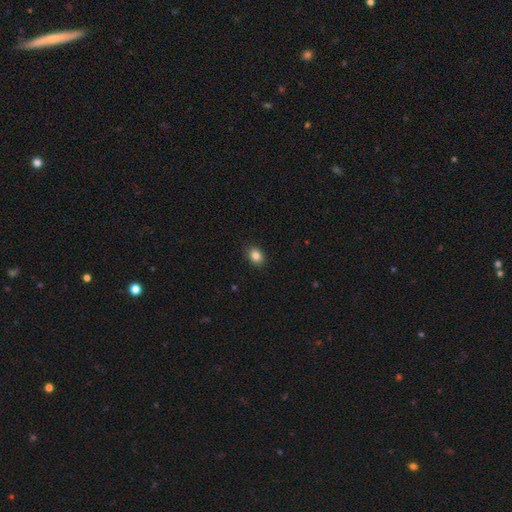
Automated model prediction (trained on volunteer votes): Smooth or featured?
  - smooth: 85% *
  - star or artifact: 10%
  - featured or disk: 5%
How rounded?
  - in between: 52% *
  - round: 47%
  - cigar-shaped: 1%
Merging?
  - none: 90% *
  - minor disturbance: 7%
  - major disturbance: 2%
  - merger: 1%